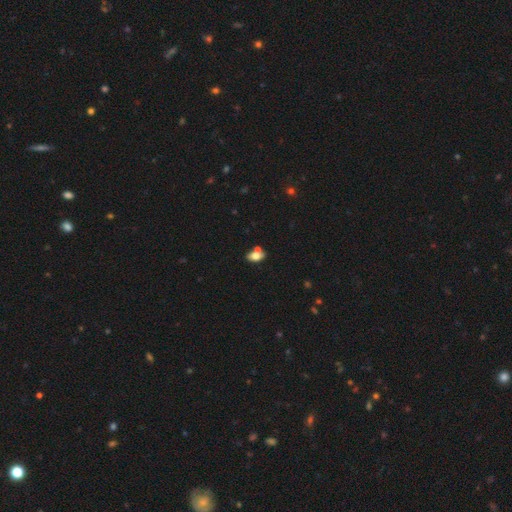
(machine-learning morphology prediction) A smooth galaxy with no disk features (73%) that is in between round and cigar-shaped (86%). Merging: none (52%).